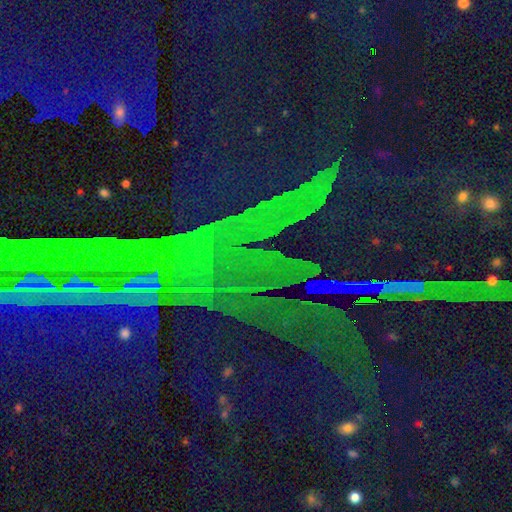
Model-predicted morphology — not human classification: A star or artifact, not a galaxy (87%).

Vote fractions:
- Smooth or featured? star or artifact: 87% / featured or disk: 7% / smooth: 6%